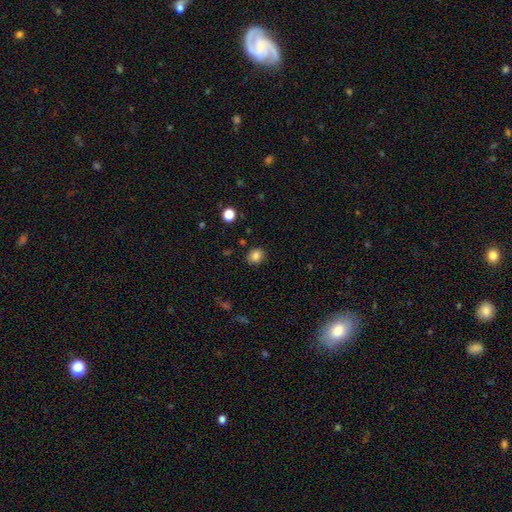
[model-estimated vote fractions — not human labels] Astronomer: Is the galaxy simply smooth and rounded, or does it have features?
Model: smooth — 84%.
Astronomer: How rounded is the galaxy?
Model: round — 61% (runner-up: in between, 38%).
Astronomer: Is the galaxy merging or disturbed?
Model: none — 87%.